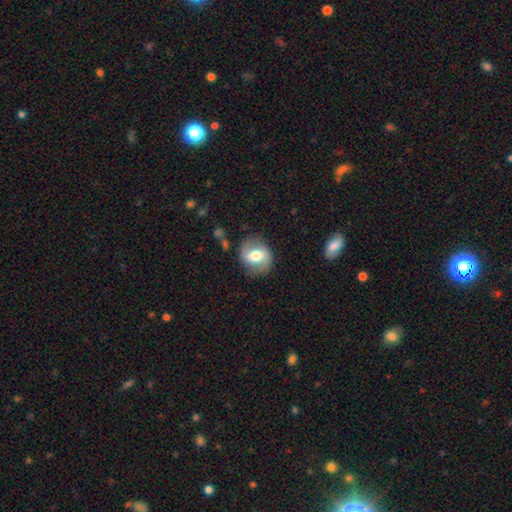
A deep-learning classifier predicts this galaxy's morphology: A smooth galaxy with no disk features (47%). Merging: none (79%).